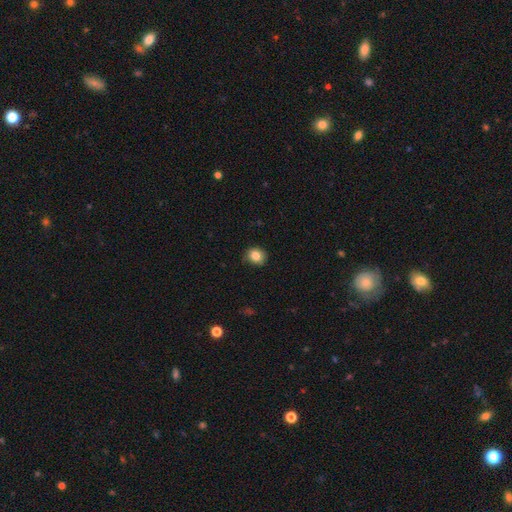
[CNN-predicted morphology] Smooth or featured?
  - smooth: 84% *
  - star or artifact: 10%
  - featured or disk: 6%
How rounded?
  - round: 67% *
  - in between: 32%
  - cigar-shaped: 1%
Merging?
  - none: 81% *
  - minor disturbance: 16%
  - major disturbance: 3%
  - merger: 1%